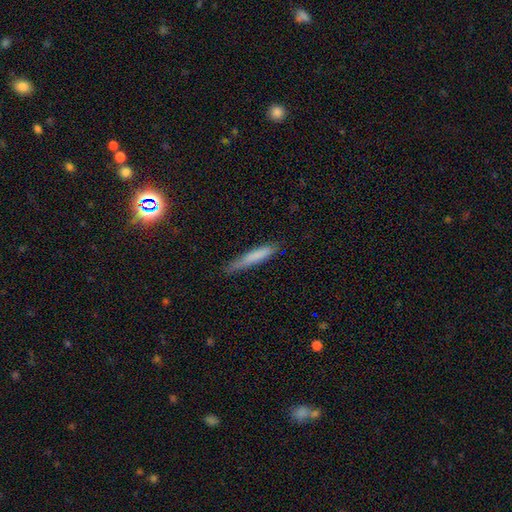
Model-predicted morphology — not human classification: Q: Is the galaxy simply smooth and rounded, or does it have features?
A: smooth — 76%.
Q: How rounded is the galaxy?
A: cigar-shaped — 93%.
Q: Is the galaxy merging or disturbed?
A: none — 76%.